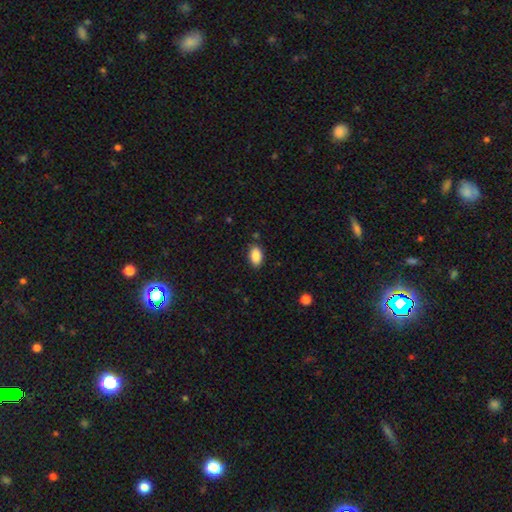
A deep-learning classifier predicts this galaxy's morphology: smooth-or-featured: smooth: 88% | star or artifact: 8% | featured or disk: 4%
  how-rounded: in between: 92% | round: 5% | cigar-shaped: 2%
  merging: none: 86% | minor disturbance: 11% | major disturbance: 2% | merger: 2%